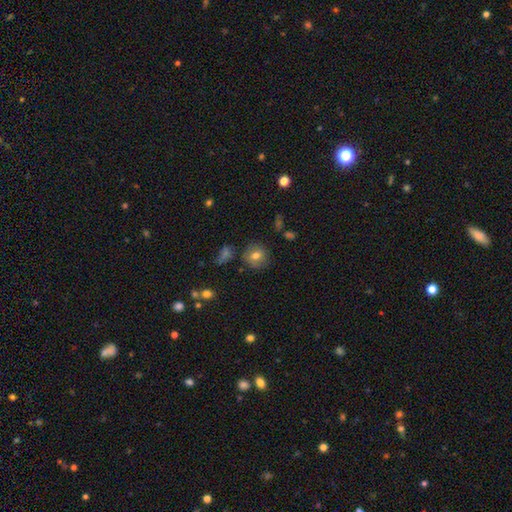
smooth-or-featured: smooth: 71% | featured or disk: 26% | star or artifact: 3%
  how-rounded: round: 59% | in between: 41% | cigar-shaped: 0%
  merging: none: 73% | minor disturbance: 19% | merger: 8% | major disturbance: 0%